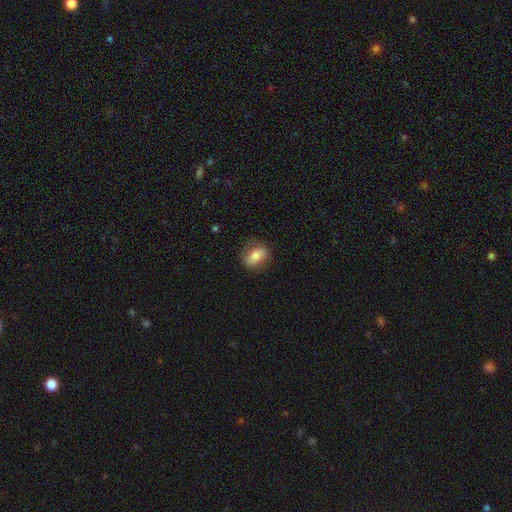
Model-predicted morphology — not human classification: Q: Smooth or featured?
A: smooth (75%); runner-up: featured or disk (17%)
Q: How rounded?
A: in between (78%); runner-up: round (19%)
Q: Merging?
A: none (79%); runner-up: minor disturbance (16%)